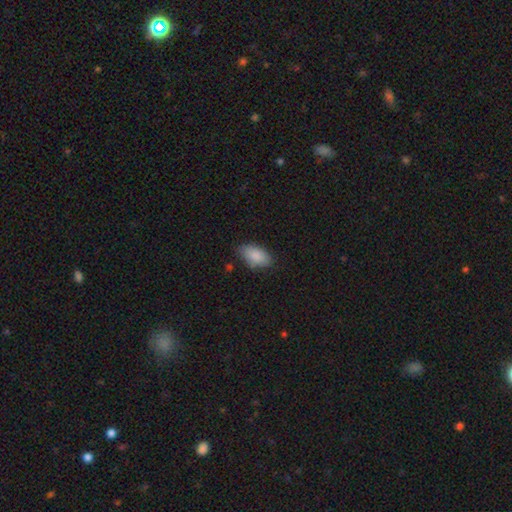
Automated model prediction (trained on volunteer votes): smooth-or-featured: smooth: 88% | star or artifact: 7% | featured or disk: 5%
  how-rounded: in between: 93% | round: 4% | cigar-shaped: 3%
  merging: none: 78% | minor disturbance: 17% | major disturbance: 3% | merger: 1%